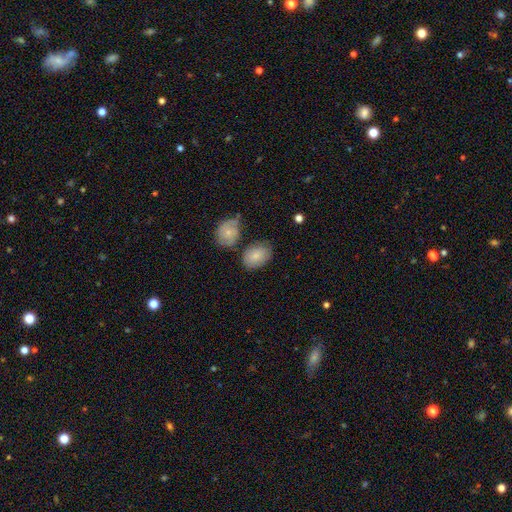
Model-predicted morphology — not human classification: Smooth or featured? smooth (79%)
How rounded? in between (81%)
Merging? none (67%)